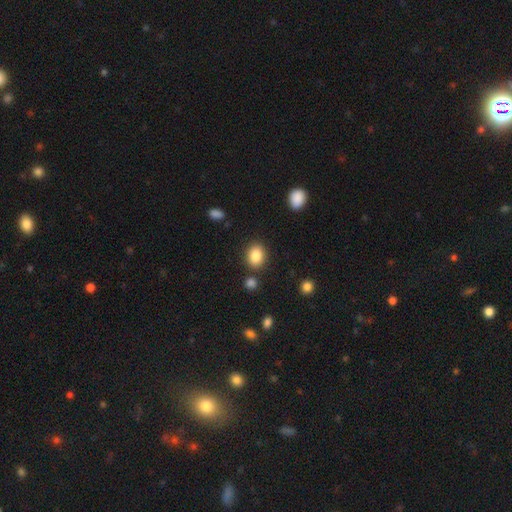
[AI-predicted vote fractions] smooth-or-featured: smooth: 85% | star or artifact: 9% | featured or disk: 6%
  how-rounded: in between: 55% | round: 44% | cigar-shaped: 1%
  merging: none: 83% | minor disturbance: 9% | merger: 5% | major disturbance: 3%